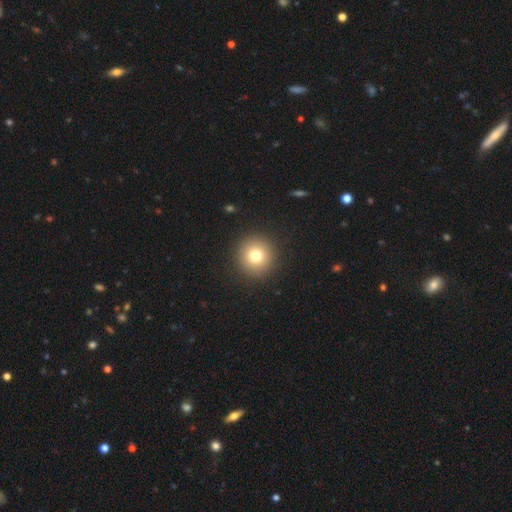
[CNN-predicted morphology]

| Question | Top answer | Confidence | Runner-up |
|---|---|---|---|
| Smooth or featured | smooth | 78% | star or artifact (12%) |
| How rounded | round | 95% | in between (4%) |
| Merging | none | 92% | minor disturbance (5%) |